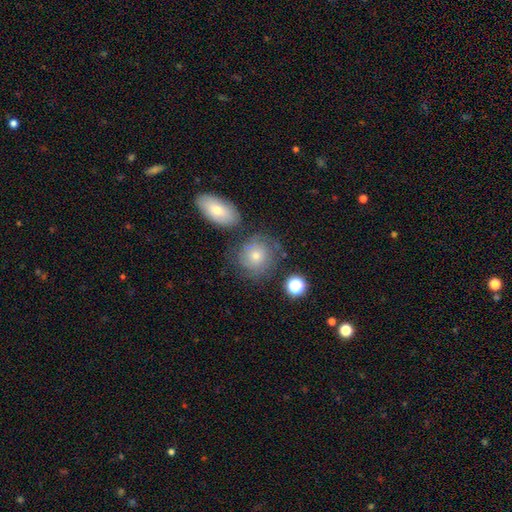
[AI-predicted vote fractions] Overall: smooth (54%; featured or disk 35%). How rounded: round (82%). Merging: none (66%).